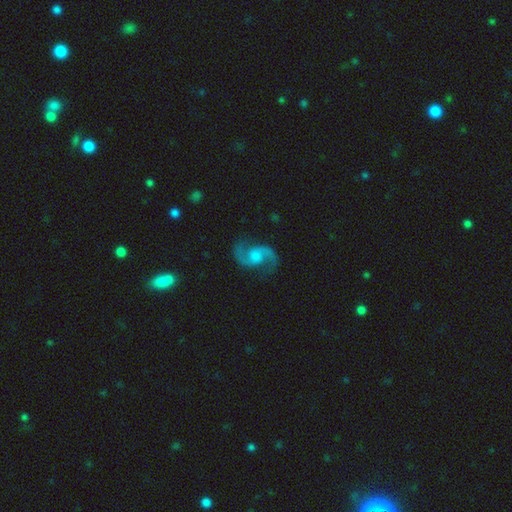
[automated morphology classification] Smooth or featured?
  - featured or disk: 91% *
  - star or artifact: 5%
  - smooth: 4%
Edge-on disk?
  - no: 98% *
  - yes: 2%
Bar?
  - no: 53% *
  - weak: 40%
  - strong: 7%
Spiral arms?
  - yes: 98% *
  - no: 2%
Spiral winding?
  - medium: 54% *
  - loose: 38%
  - tight: 8%
Spiral arm count?
  - 2: 94% *
  - can't tell: 1%
  - 1: 1%
  - 3: 1%
  - 4: 1%
  - more than 4: 1%
Bulge size?
  - moderate: 40% *
  - none: 23%
  - small: 21%
  - large: 14%
  - dominant: 2%
Merging?
  - none: 83% *
  - minor disturbance: 12%
  - major disturbance: 4%
  - merger: 1%